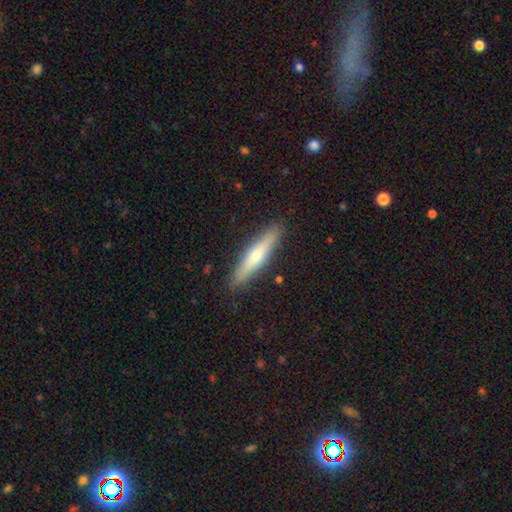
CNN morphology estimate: Overall: smooth (54%; featured or disk 40%). How rounded: cigar-shaped (89%). Merging: none (90%).